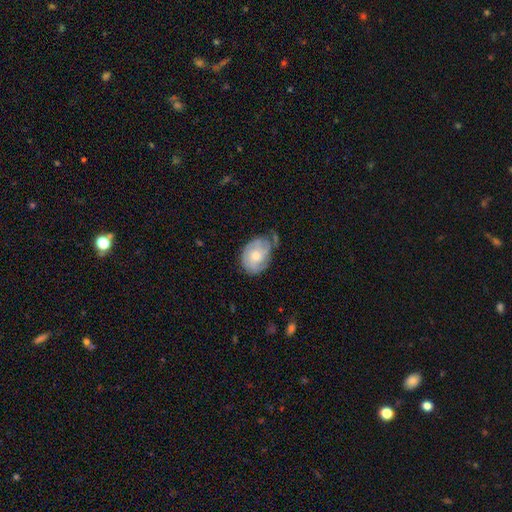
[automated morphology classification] smooth_or_featured: featured or disk (p=0.57) [alt: smooth p=0.37]
disk_edge_on: no (p=0.96) [alt: yes p=0.04]
bar: no (p=0.82) [alt: weak p=0.16]
has_spiral_arms: yes (p=0.77) [alt: no p=0.23]
bulge_size: moderate (p=0.54) [alt: small p=0.41]
merging: none (p=0.48) [alt: minor disturbance p=0.35]